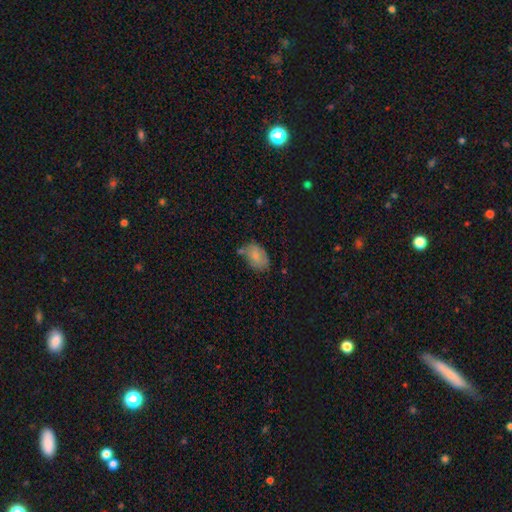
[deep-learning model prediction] A smooth galaxy with no disk features (76%) that is in between round and cigar-shaped (89%).

Vote fractions:
- Smooth or featured? smooth: 76% / featured or disk: 15% / star or artifact: 9%
- How rounded? in between: 89% / round: 9% / cigar-shaped: 1%
- Merging? none: 52% / minor disturbance: 29% / merger: 11% / major disturbance: 8%